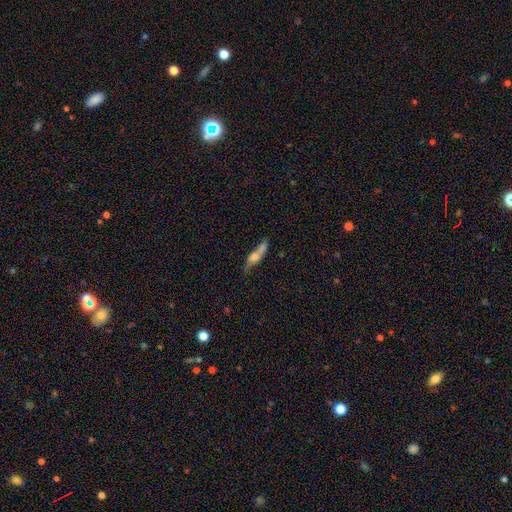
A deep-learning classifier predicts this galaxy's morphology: A smooth galaxy with no disk features (51%) that is cigar-shaped (57%).

Vote fractions:
- Smooth or featured? smooth: 51% / featured or disk: 40% / star or artifact: 9%
- How rounded? cigar-shaped: 57% / in between: 38% / round: 5%
- Merging? none: 41% / merger: 24% / minor disturbance: 22% / major disturbance: 13%